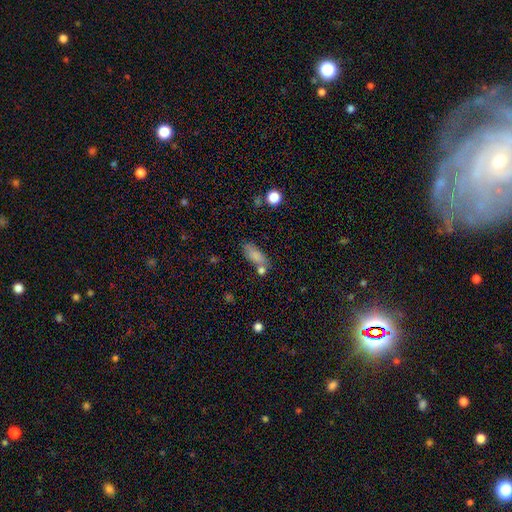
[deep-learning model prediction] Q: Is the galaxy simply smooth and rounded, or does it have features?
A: smooth — 81%.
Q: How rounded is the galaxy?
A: in between — 79%.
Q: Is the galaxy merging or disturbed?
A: none — 59%.